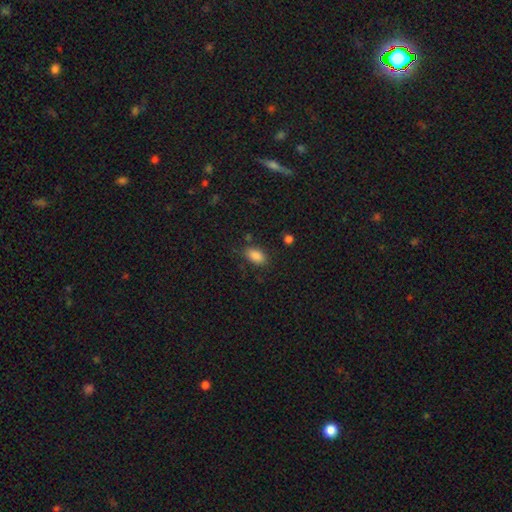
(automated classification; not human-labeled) This is clearly a smooth galaxy (86%). How rounded: clearly in between (91%). Merging: likely none (79%).